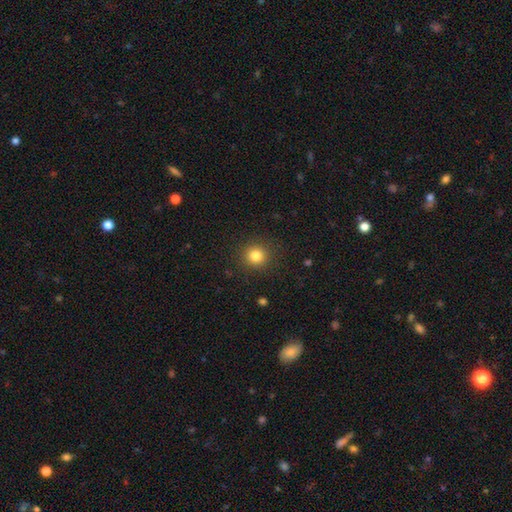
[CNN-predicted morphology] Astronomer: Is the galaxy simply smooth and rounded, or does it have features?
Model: smooth — 82%.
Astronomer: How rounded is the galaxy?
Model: round — 92%.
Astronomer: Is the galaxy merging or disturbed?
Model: none — 90%.